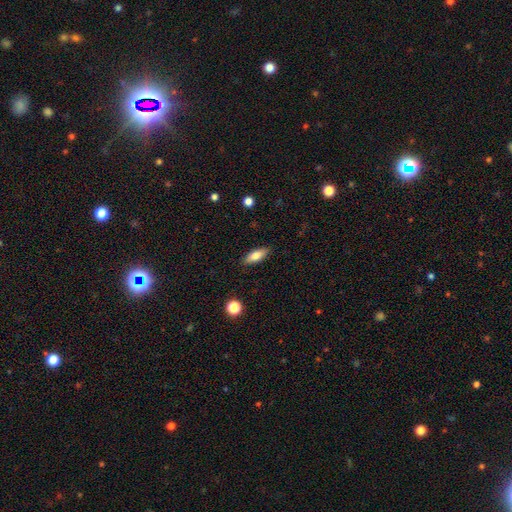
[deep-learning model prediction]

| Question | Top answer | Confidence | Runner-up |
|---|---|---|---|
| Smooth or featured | smooth | 75% | featured or disk (18%) |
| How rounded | in between | 67% | cigar-shaped (31%) |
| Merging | none | 88% | minor disturbance (9%) |